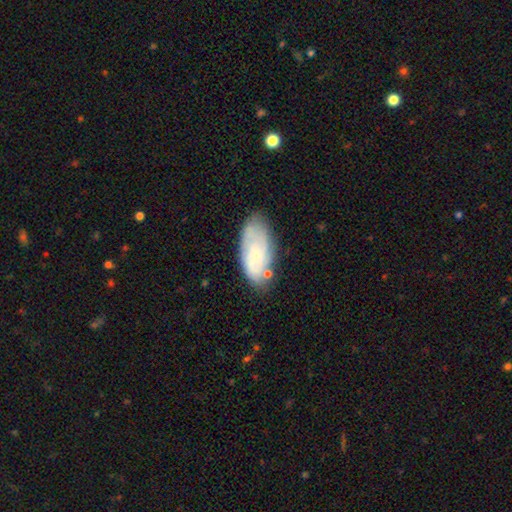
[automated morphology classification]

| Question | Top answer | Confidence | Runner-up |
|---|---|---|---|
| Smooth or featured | featured or disk | 48% | smooth (45%) |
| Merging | none | 66% | minor disturbance (23%) |